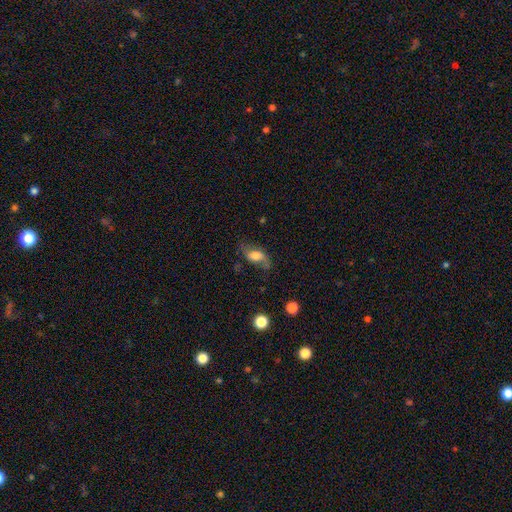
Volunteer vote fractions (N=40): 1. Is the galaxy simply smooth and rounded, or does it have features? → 55% featured or disk, 32% smooth, 12% star or artifact.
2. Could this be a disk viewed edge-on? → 82% no, 18% yes.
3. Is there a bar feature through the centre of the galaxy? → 50% no, 44% weak, 6% strong.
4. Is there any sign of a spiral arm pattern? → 83% yes, 17% no.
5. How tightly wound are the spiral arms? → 67% loose, 33% medium, 0% tight.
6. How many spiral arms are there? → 80% 2, 13% 1, 7% more than 4, 0% 3, 0% 4, 0% can't tell.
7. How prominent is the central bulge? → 39% large, 28% moderate, 28% small, 6% none, 0% dominant.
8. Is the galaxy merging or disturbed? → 63% none, 26% minor disturbance, 9% major disturbance, 3% merger.